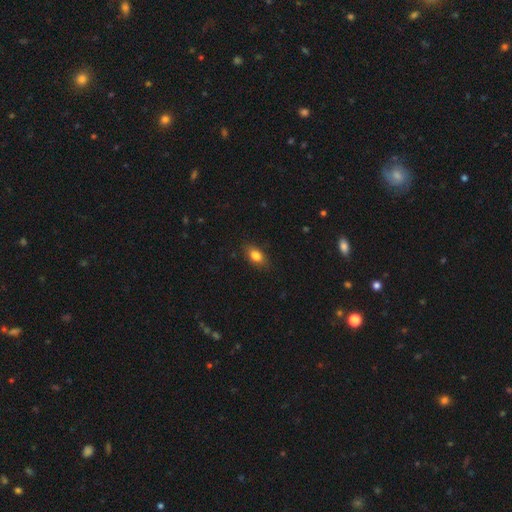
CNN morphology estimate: This appears to be a smooth galaxy with no disk features (81%) that is in between round and cigar-shaped (86%). Merging: none (85%).